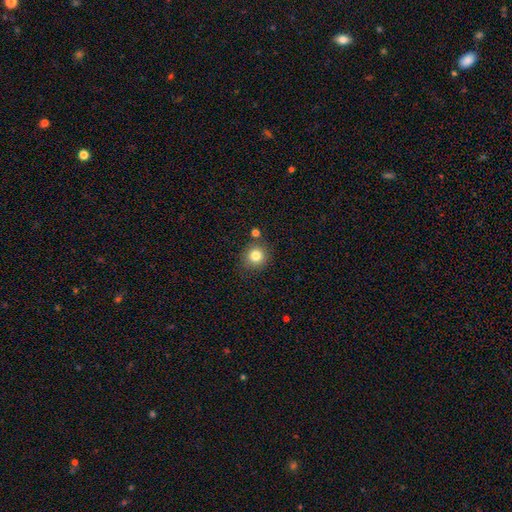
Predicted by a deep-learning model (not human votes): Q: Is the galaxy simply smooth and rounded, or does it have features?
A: smooth — 81%.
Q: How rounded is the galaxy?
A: round — 91%.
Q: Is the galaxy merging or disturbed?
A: none — 81%.